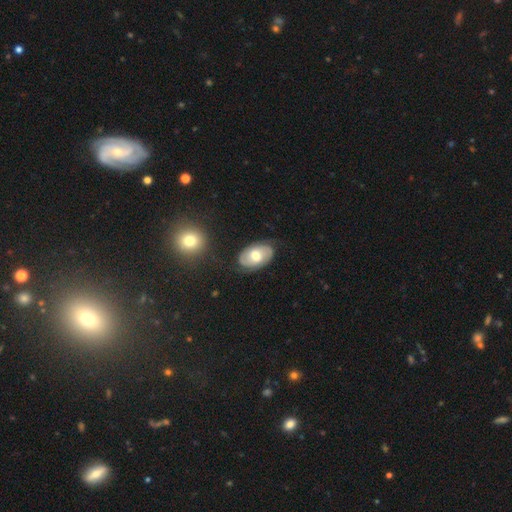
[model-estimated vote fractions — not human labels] featured or disk 53%, smooth 40%, star or artifact 7%. Down the decision tree: edge-on disk — no (94%); merging — none (76%).